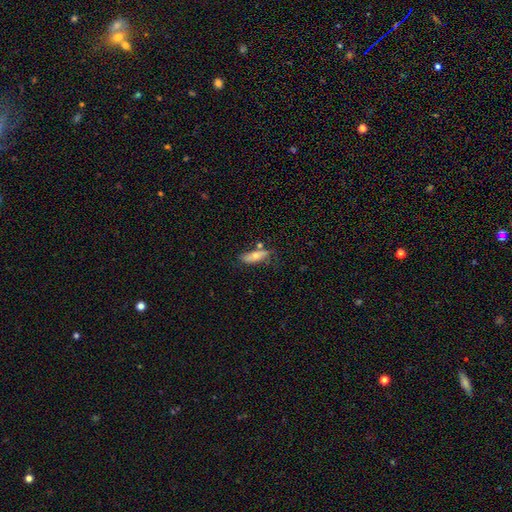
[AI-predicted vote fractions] This is likely a smooth galaxy (74%). How rounded: possibly in between (59%). Merging: possibly none (57%).